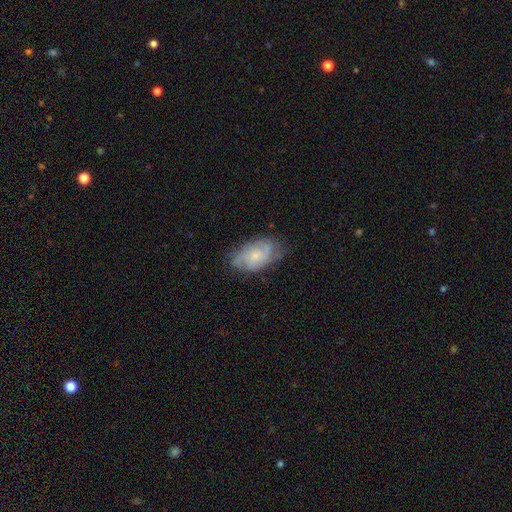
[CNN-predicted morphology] Smooth or featured? Predicted: featured or disk (p=0.65). Edge-on disk? Predicted: no (p=0.96). Bar? Predicted: no (p=0.69). Spiral arms? Predicted: yes (p=0.89). Spiral winding? Predicted: medium (p=0.43). Spiral arm count? Predicted: 2 (p=0.37). Bulge size? Predicted: small (p=0.60). Merging? Predicted: none (p=0.68).